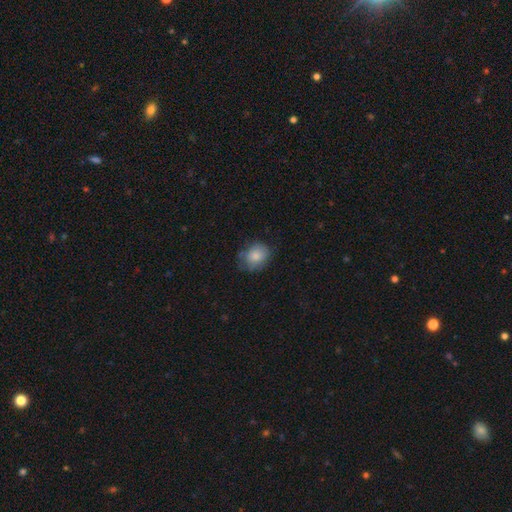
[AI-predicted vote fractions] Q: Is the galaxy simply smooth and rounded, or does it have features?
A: smooth — 79%.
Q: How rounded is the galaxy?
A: round — 57%.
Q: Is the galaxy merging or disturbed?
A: none — 63%.